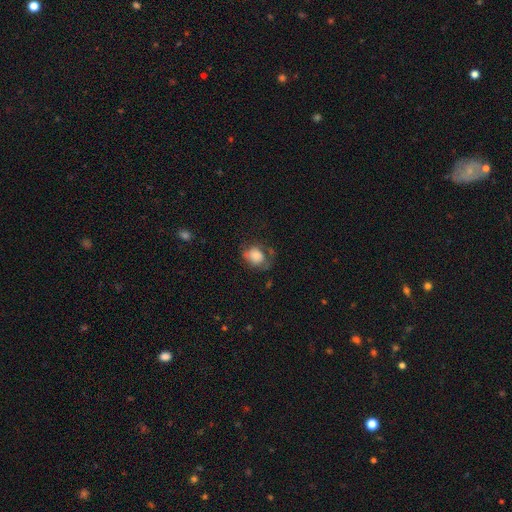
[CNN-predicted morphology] type=smooth (68%); roundness=in between (55%); merging=none (42%).